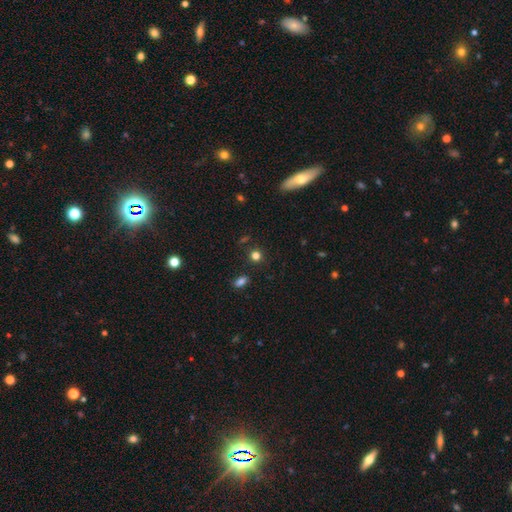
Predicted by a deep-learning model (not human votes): smooth-or-featured: smooth: 75% | star or artifact: 20% | featured or disk: 5%
  how-rounded: round: 85% | in between: 13% | cigar-shaped: 1%
  merging: none: 85% | minor disturbance: 9% | merger: 4% | major disturbance: 3%